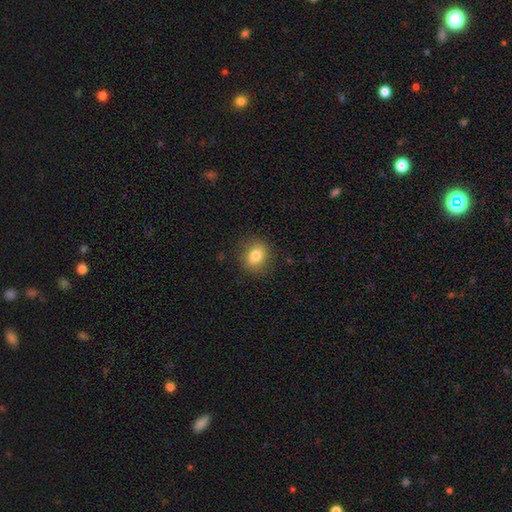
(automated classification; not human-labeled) This appears to be a smooth galaxy with no disk features (79%) that is round (69%). Merging: none (86%).